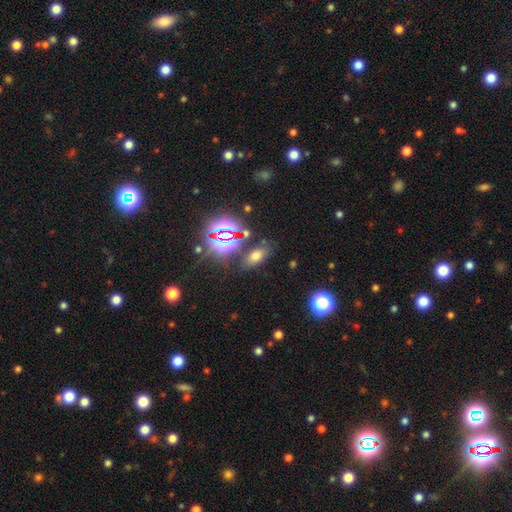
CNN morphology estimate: This is possibly a smooth galaxy (57%). How rounded: clearly in between (84%). Merging: likely none (79%).